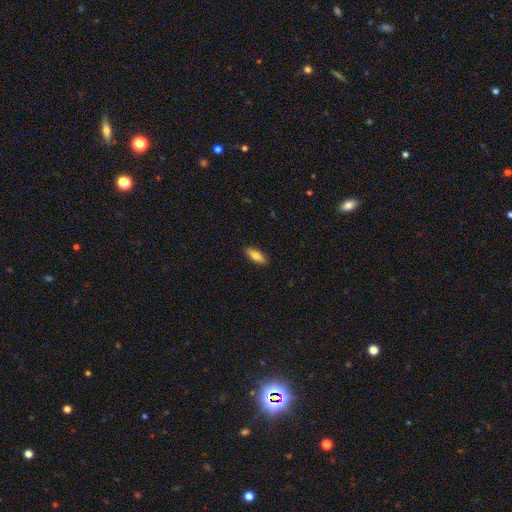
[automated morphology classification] Smooth or featured? Predicted: smooth (p=0.78). How rounded? Predicted: in between (p=0.64). Merging? Predicted: none (p=0.89).